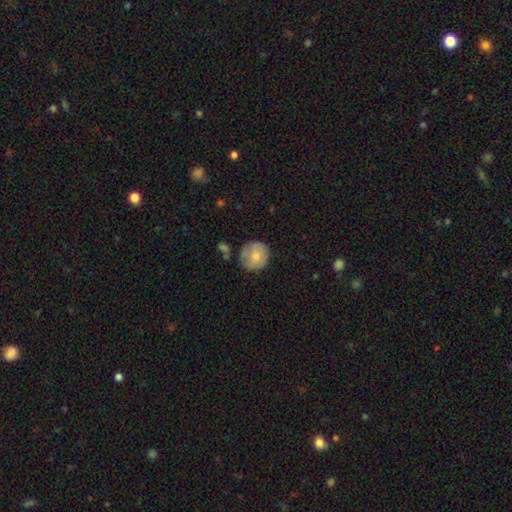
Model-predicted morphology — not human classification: smooth_or_featured: smooth (p=0.75) [alt: featured or disk p=0.18]
how_rounded: round (p=0.90) [alt: in between p=0.09]
merging: none (p=0.70) [alt: minor disturbance p=0.20]